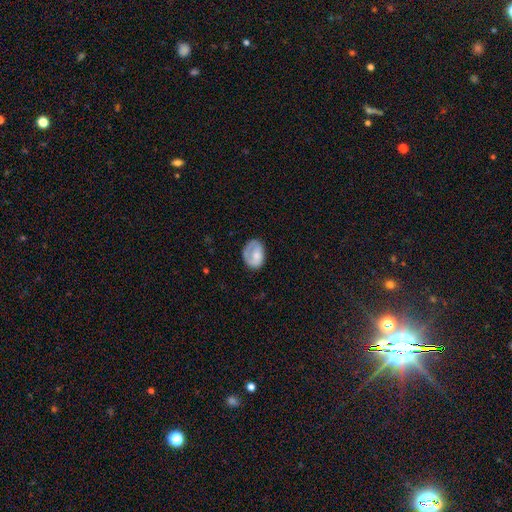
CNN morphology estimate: Smooth or featured? smooth (65%)
How rounded? in between (73%)
Merging? none (47%)